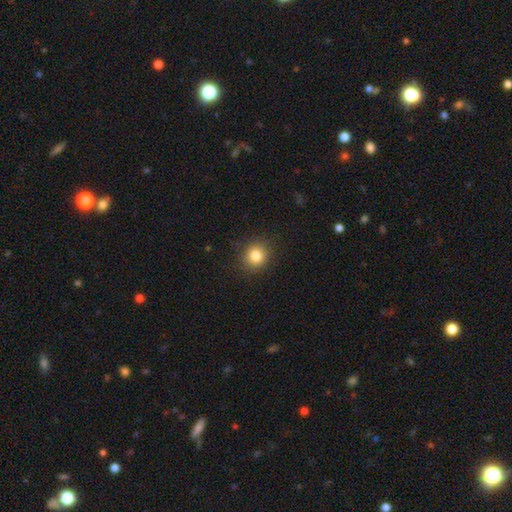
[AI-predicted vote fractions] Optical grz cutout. It shows a smooth galaxy with no disk features (83%) that is round (86%). Merging: none (89%).